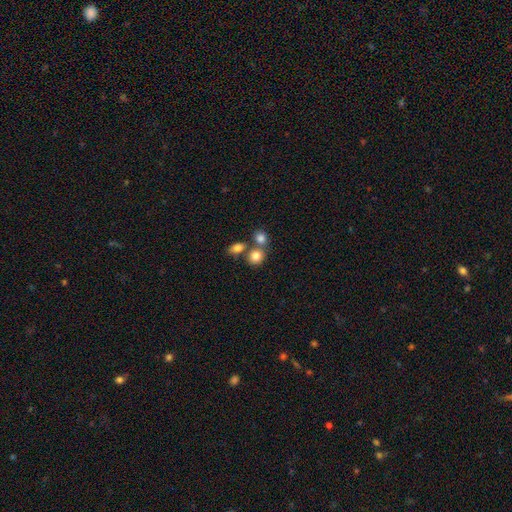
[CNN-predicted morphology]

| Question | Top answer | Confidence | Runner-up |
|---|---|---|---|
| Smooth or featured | smooth | 81% | star or artifact (11%) |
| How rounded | round | 74% | in between (25%) |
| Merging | none | 51% | merger (36%) |